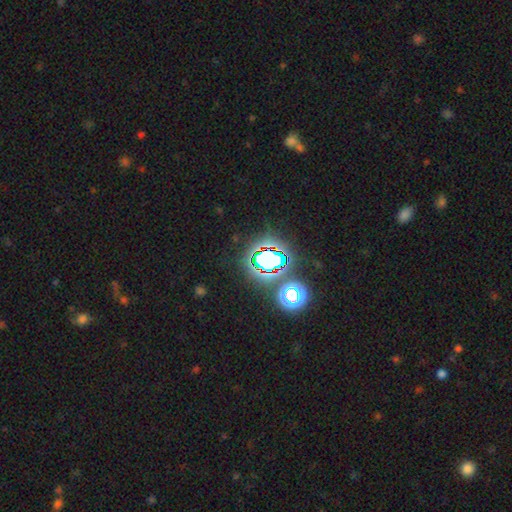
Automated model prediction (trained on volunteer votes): smooth_or_featured: star or artifact (p=0.77) [alt: smooth p=0.16]